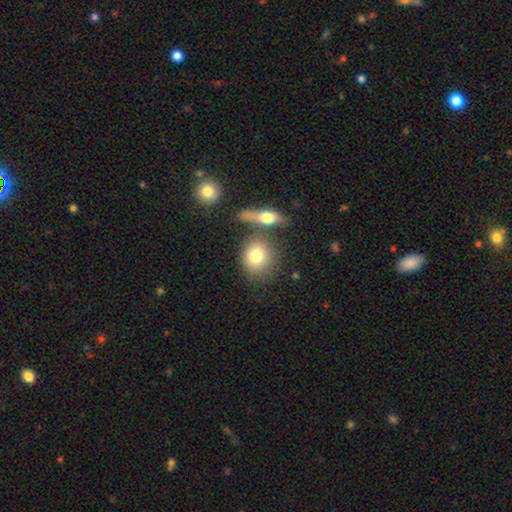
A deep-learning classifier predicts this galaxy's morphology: Smooth or featured? smooth (78%)
How rounded? round (67%)
Merging? none (62%)